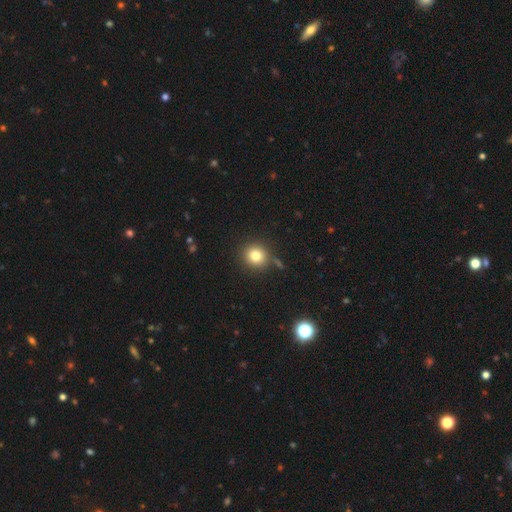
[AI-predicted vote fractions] Smooth or featured? smooth (80%)
How rounded? round (88%)
Merging? none (82%)